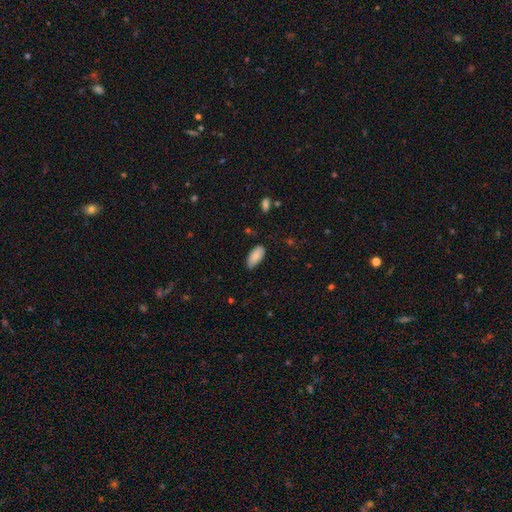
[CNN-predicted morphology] Q: Smooth or featured?
A: smooth (87%); runner-up: star or artifact (7%)
Q: How rounded?
A: in between (92%); runner-up: cigar-shaped (6%)
Q: Merging?
A: none (78%); runner-up: minor disturbance (18%)